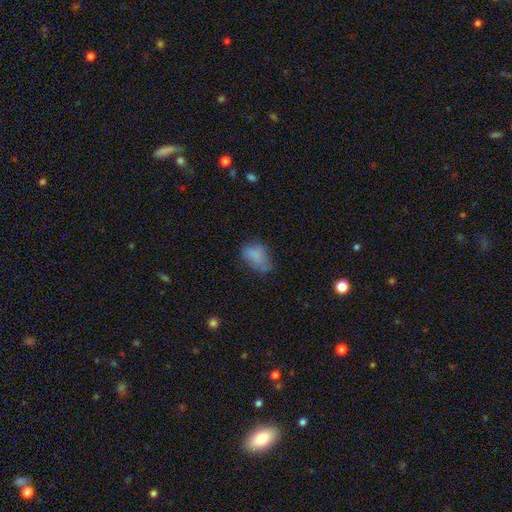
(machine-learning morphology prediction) Smooth or featured? smooth (76%)
How rounded? in between (85%)
Merging? none (50%)